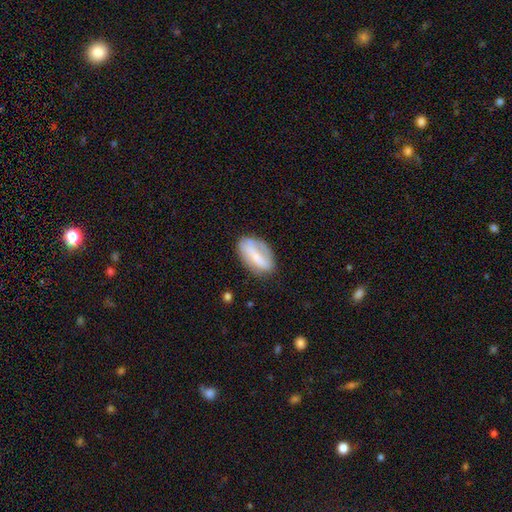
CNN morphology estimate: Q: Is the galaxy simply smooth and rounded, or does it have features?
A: smooth — 48%.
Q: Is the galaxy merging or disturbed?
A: none — 65%.